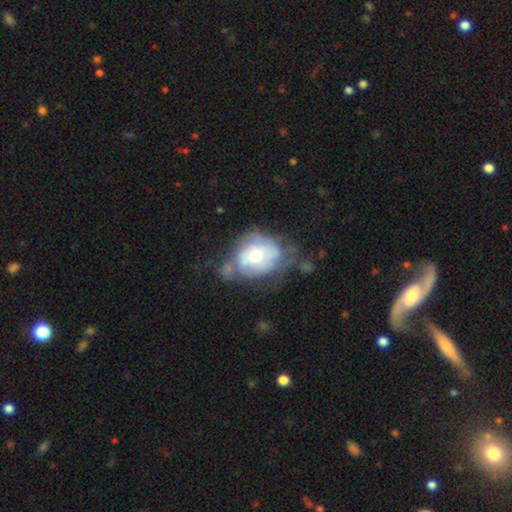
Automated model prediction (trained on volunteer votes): Smooth or featured? Predicted: featured or disk (p=0.56). Edge-on disk? Predicted: no (p=0.96). Bar? Predicted: no (p=0.77). Spiral arms? Predicted: no (p=0.50, tied with yes). Bulge size? Predicted: moderate (p=0.58). Merging? Predicted: none (p=0.33).